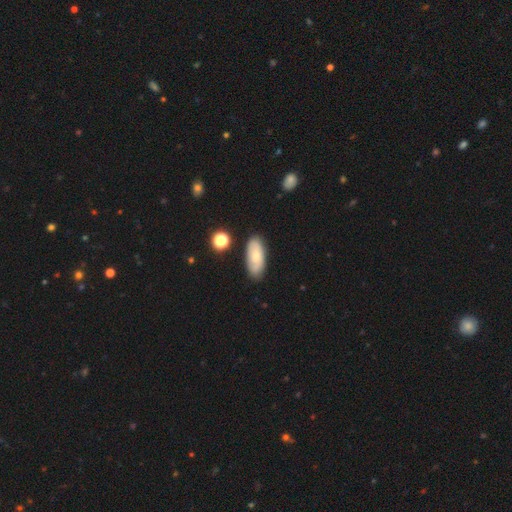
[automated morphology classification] smooth 63%, featured or disk 30%, star or artifact 7%. Down the decision tree: how rounded — in between (86%); merging — none (82%).